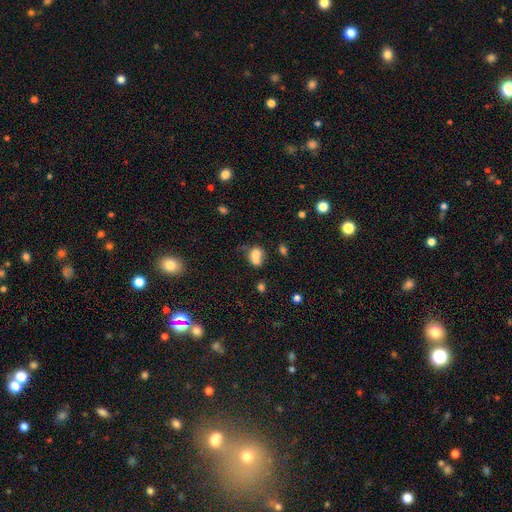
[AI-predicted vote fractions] Morphology: type=smooth (71%); roundness=round (58%); merging=merger (61%).